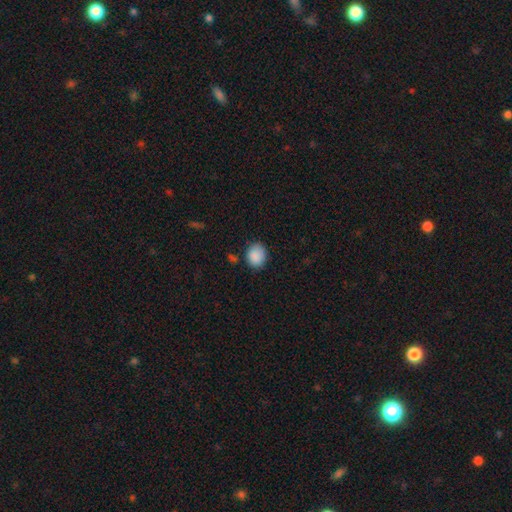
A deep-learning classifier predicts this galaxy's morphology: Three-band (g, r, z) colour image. It shows a smooth galaxy with no disk features (89%) that is round (55%). Merging: none (77%).